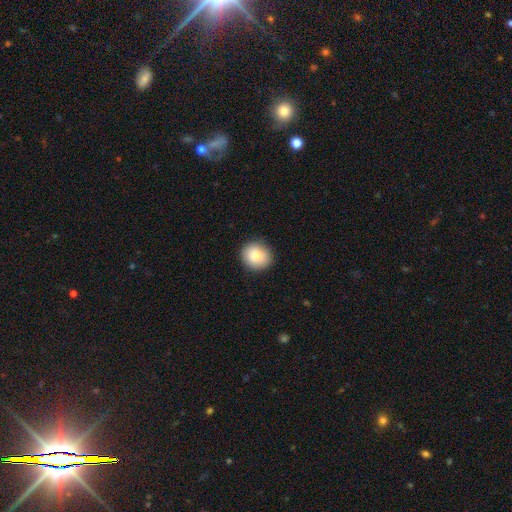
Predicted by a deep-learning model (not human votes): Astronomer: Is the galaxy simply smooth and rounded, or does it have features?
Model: smooth — 82%.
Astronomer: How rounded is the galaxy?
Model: round — 86%.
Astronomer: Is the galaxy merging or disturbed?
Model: none — 89%.